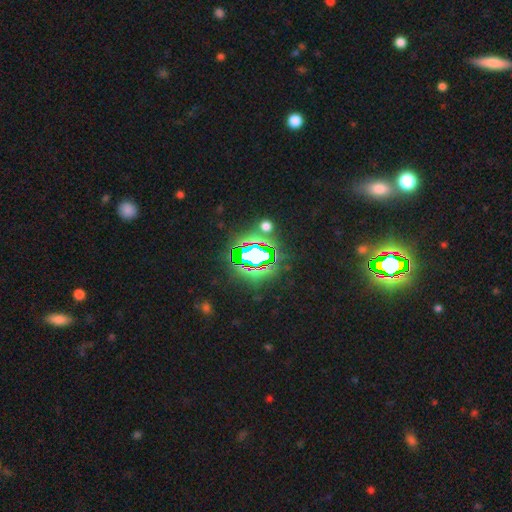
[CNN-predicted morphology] Smooth or featured: star or artifact — 73% (smooth — 15%)